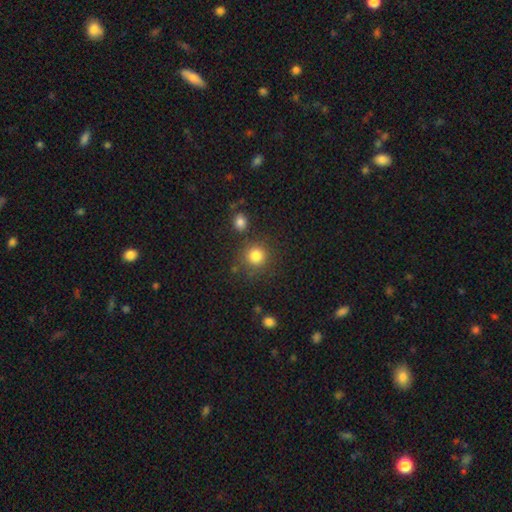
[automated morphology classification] A smooth galaxy with no disk features (83%) that is round (92%).

Vote fractions:
- Smooth or featured? smooth: 83% / star or artifact: 12% / featured or disk: 6%
- How rounded? round: 92% / in between: 7% / cigar-shaped: 1%
- Merging? none: 81% / minor disturbance: 9% / merger: 6% / major disturbance: 4%